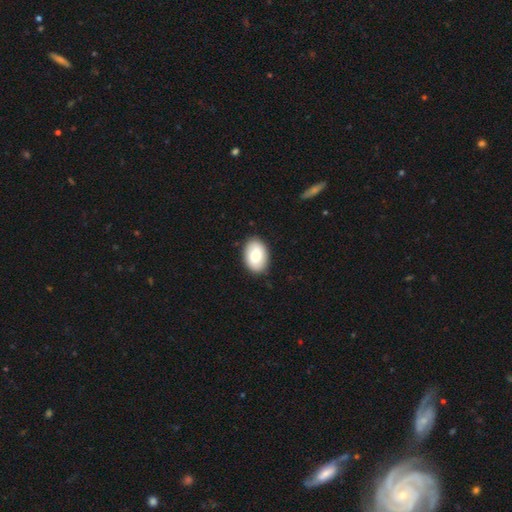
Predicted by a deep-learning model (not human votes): This is likely a smooth galaxy (79%). How rounded: clearly in between (87%). Merging: clearly none (88%).